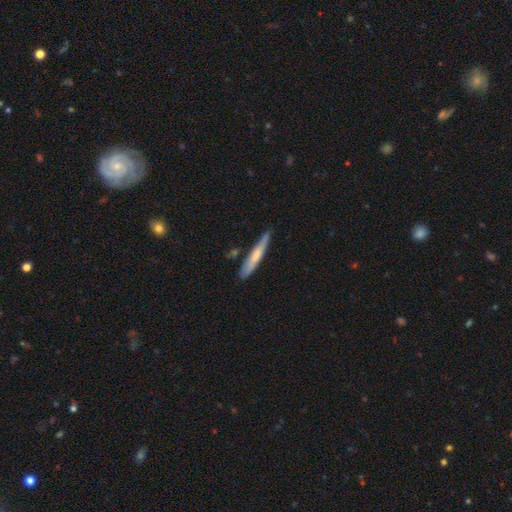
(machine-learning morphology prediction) This is likely a smooth galaxy (61%). How rounded: clearly cigar-shaped (94%). Merging: likely none (78%).